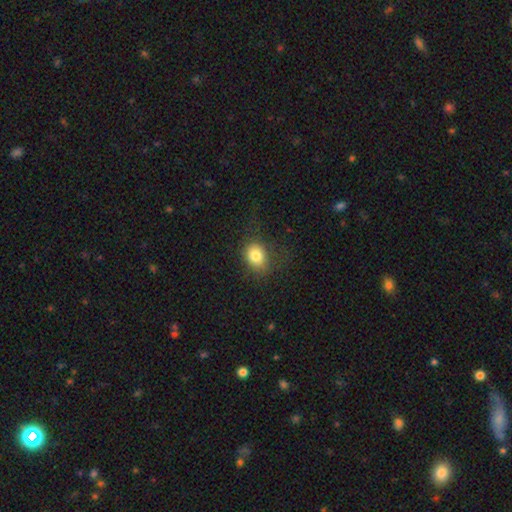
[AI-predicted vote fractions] smooth 82%, star or artifact 11%, featured or disk 8%. Down the decision tree: how rounded — in between (52%); merging — none (69%).